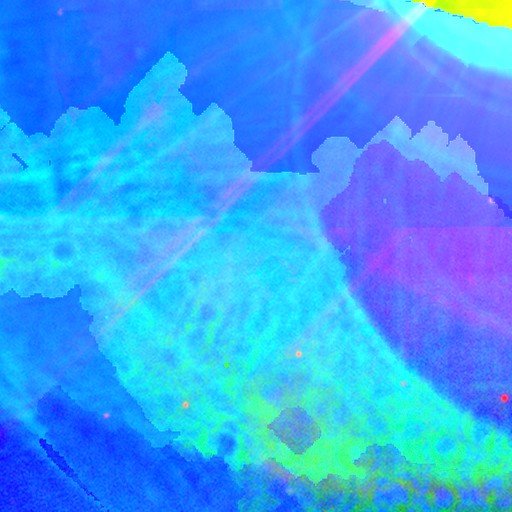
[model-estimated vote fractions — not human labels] Morphology: type=star or artifact (85%).